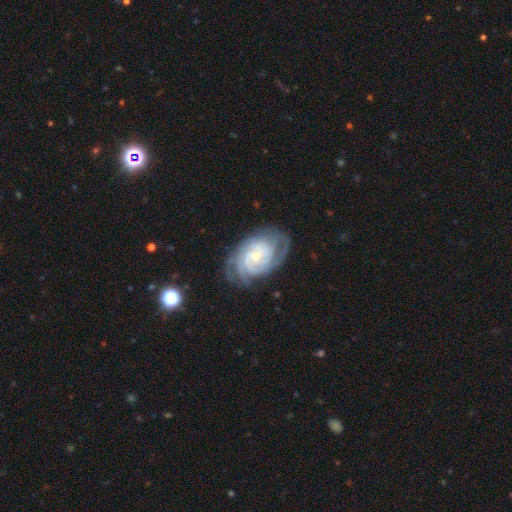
Overall: featured or disk (92%). Edge-on disk: no (94%). Bar: no (64%; weak 30%). Spiral arms: yes (100%). Spiral arm count: can't tell (36%; 4 27%). Spiral winding: tight (73%). Bulge size: small (55%; moderate 42%). Merging: none (61%; minor disturbance 25%).